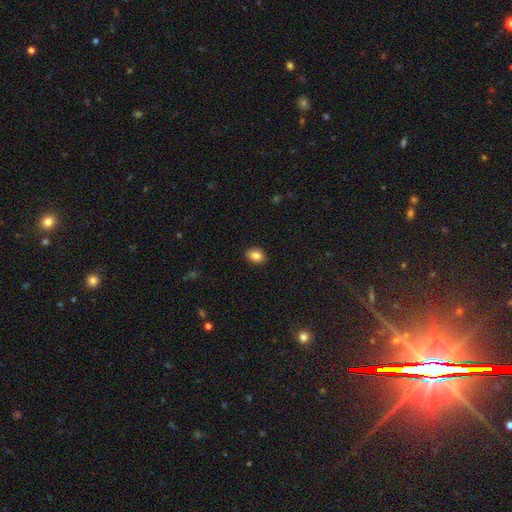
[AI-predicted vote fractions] Overall: smooth (84%). How rounded: in between (76%). Merging: none (87%).